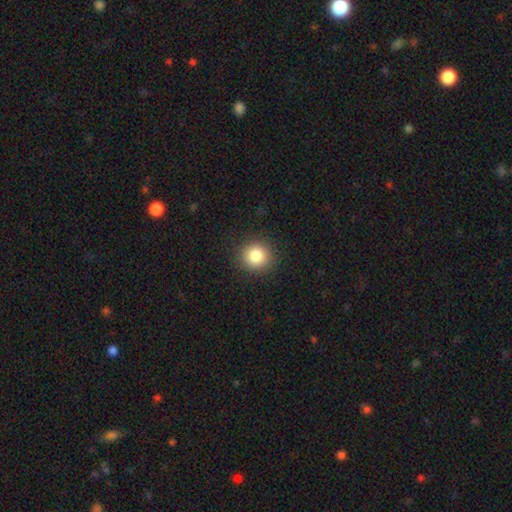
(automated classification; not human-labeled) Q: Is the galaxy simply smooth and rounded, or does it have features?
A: smooth — 84%.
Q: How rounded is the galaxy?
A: round — 91%.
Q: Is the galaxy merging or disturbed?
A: none — 90%.